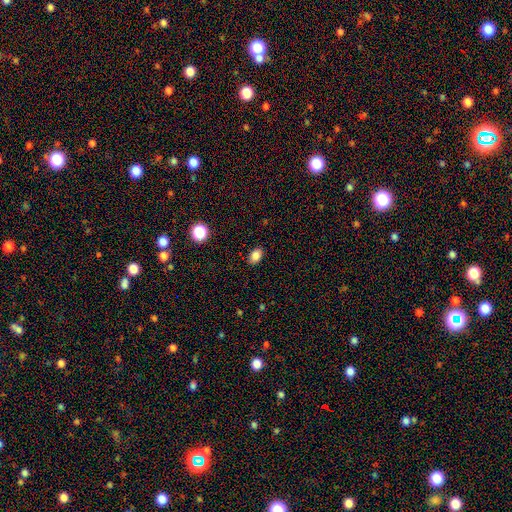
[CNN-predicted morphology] smooth-or-featured: smooth: 84% | star or artifact: 10% | featured or disk: 5%
  how-rounded: in between: 79% | round: 20% | cigar-shaped: 1%
  merging: none: 86% | minor disturbance: 10% | major disturbance: 2% | merger: 1%